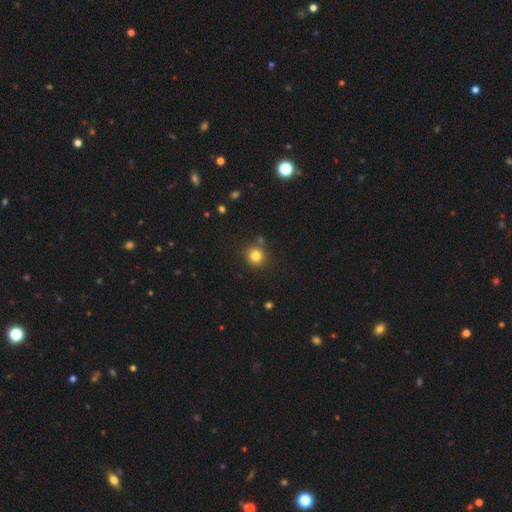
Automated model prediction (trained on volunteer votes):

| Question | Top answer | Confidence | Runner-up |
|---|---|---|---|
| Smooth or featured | smooth | 81% | star or artifact (13%) |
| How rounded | round | 93% | in between (7%) |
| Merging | none | 83% | minor disturbance (8%) |